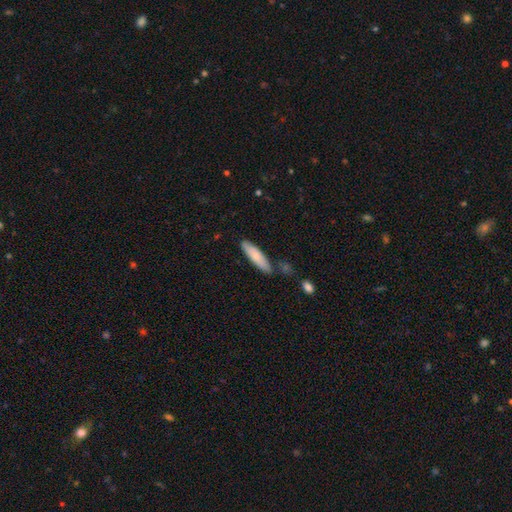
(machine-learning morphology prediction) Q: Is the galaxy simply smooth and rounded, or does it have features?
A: smooth — 77%.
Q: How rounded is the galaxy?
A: cigar-shaped — 71%.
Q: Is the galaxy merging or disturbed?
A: none — 76%.